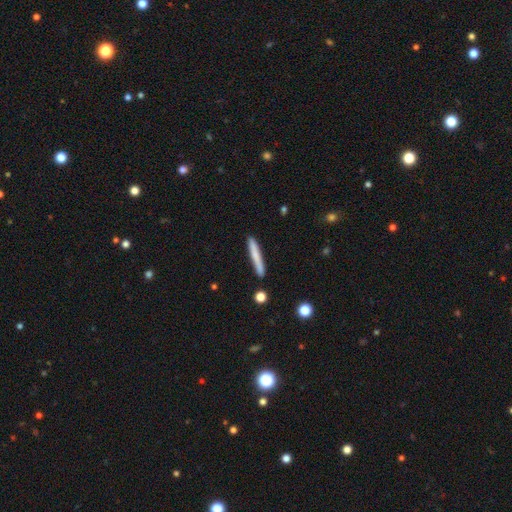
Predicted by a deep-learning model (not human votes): smooth 69%, featured or disk 25%, star or artifact 6%. Down the decision tree: how rounded — cigar-shaped (96%); merging — none (88%).